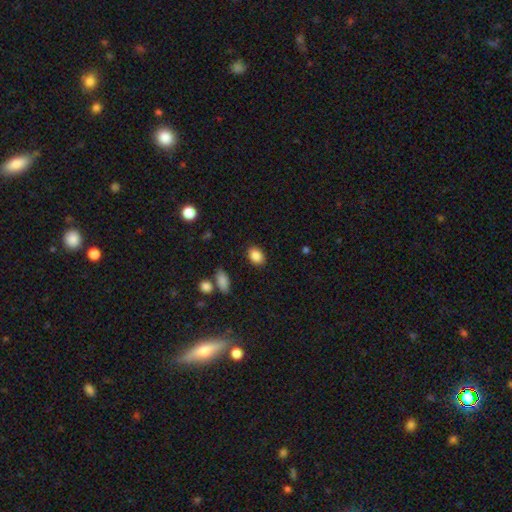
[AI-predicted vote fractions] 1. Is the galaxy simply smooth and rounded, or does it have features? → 87% smooth, 8% star or artifact, 5% featured or disk.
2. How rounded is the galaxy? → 79% in between, 20% round, 1% cigar-shaped.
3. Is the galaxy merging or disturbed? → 87% none, 9% minor disturbance, 3% major disturbance, 2% merger.